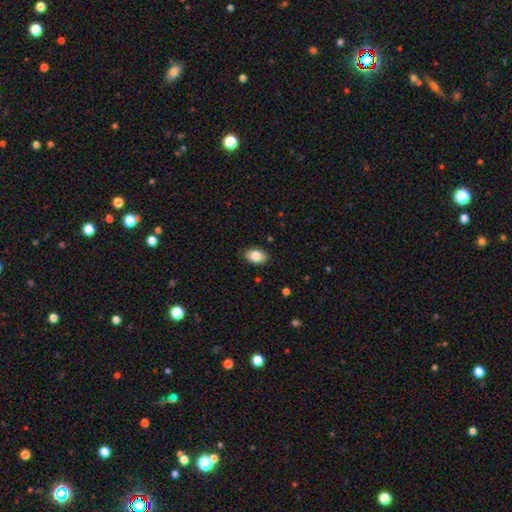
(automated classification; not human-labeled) Smooth or featured? Predicted: smooth (p=0.85). How rounded? Predicted: in between (p=0.88). Merging? Predicted: none (p=0.86).